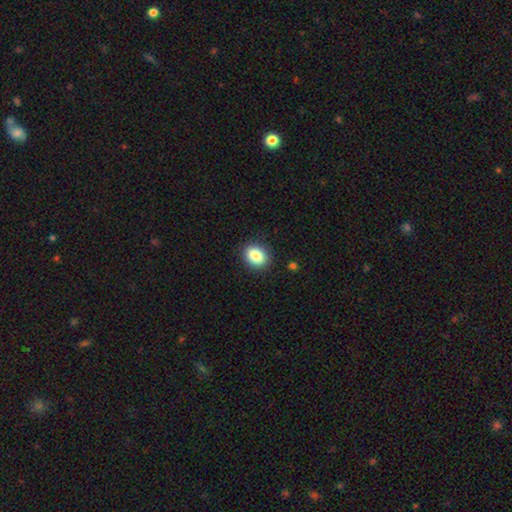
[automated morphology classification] Smooth or featured?
  - smooth: 85% *
  - star or artifact: 9%
  - featured or disk: 6%
How rounded?
  - in between: 53% *
  - round: 46%
  - cigar-shaped: 1%
Merging?
  - none: 89% *
  - minor disturbance: 8%
  - major disturbance: 2%
  - merger: 1%